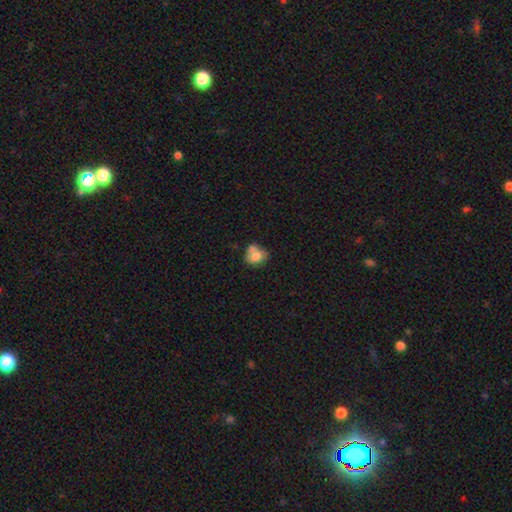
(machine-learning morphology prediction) smooth 72%, featured or disk 20%, star or artifact 9%. Down the decision tree: how rounded — round (53%); merging — merger (43%).